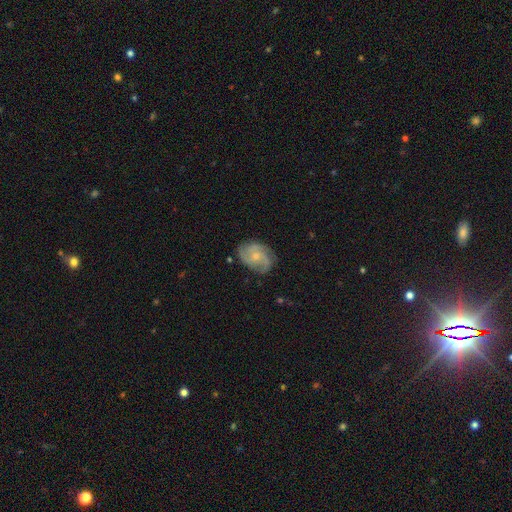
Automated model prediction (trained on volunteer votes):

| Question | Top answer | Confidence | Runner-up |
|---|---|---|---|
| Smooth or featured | featured or disk | 76% | smooth (18%) |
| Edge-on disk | no | 98% | yes (2%) |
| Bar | no | 71% | weak (26%) |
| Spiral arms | yes | 94% | no (6%) |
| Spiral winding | medium | 49% | tight (34%) |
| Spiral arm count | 3 | 45% | 2 (22%) |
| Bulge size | small | 66% | moderate (28%) |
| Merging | none | 73% | minor disturbance (19%) |